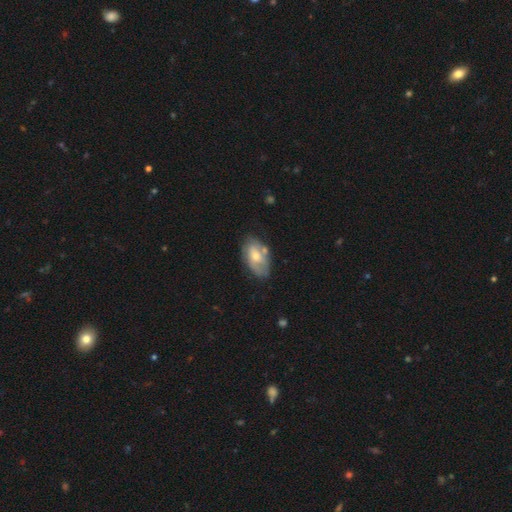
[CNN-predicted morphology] This is possibly a smooth galaxy (50%). How rounded: clearly in between (92%). Merging: likely none (61%).